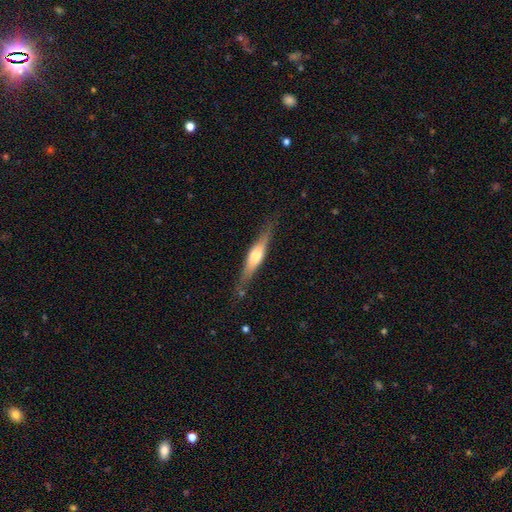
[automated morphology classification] smooth-or-featured: featured or disk: 59% | smooth: 35% | star or artifact: 6%
  disk-edge-on: yes: 94% | no: 6%
    edge-on-bulge: rounded: 84% | boxy: 10% | none: 6%
  merging: none: 80% | minor disturbance: 14% | major disturbance: 3% | merger: 2%